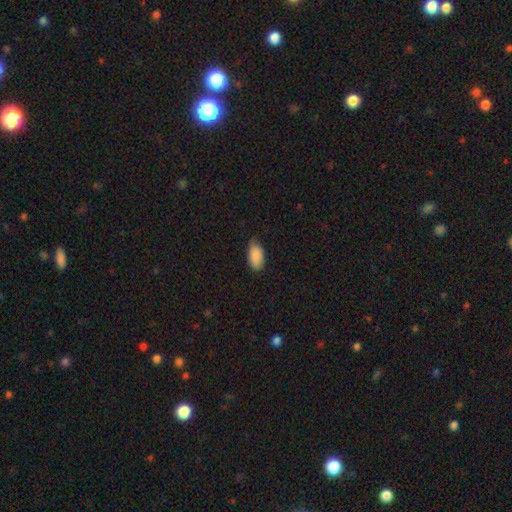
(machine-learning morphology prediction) Smooth or featured: smooth — 88% (star or artifact — 6%)
How rounded: in between — 94% (cigar-shaped — 3%)
Merging: none — 69% (minor disturbance — 26%)